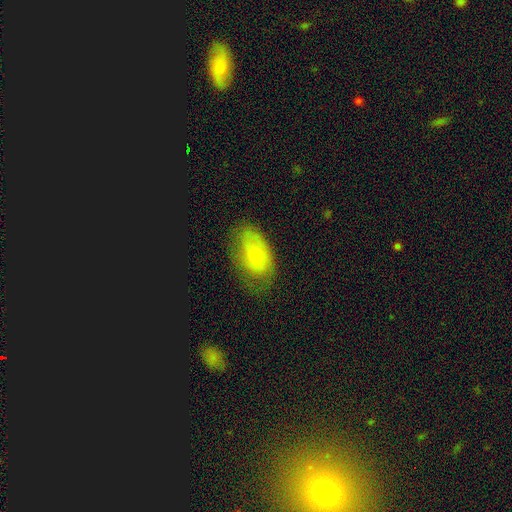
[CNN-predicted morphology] Smooth or featured?
  - smooth: 65% *
  - featured or disk: 27%
  - star or artifact: 8%
How rounded?
  - in between: 91% *
  - round: 8%
  - cigar-shaped: 2%
Merging?
  - none: 60% *
  - minor disturbance: 27%
  - major disturbance: 12%
  - merger: 1%